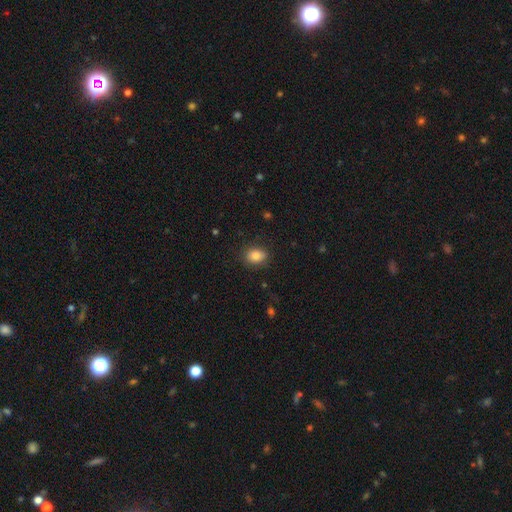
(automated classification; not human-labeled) A smooth galaxy with no disk features (84%) that is in between round and cigar-shaped (58%). Merging: none (84%).